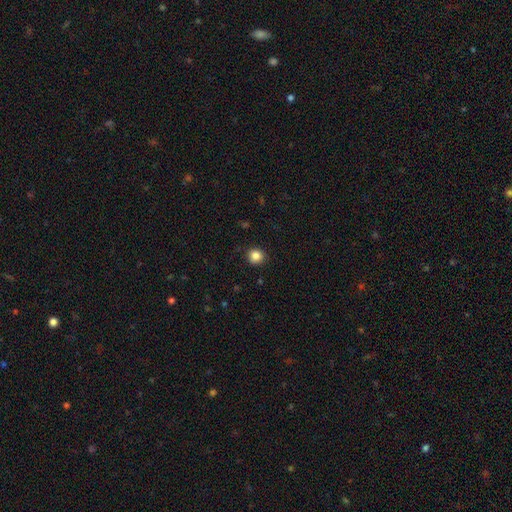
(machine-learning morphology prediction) The model was most divided on "smooth or featured": smooth: 85%, star or artifact: 11%, featured or disk: 4%. More confident: merging — none (91%); how rounded — round (90%).